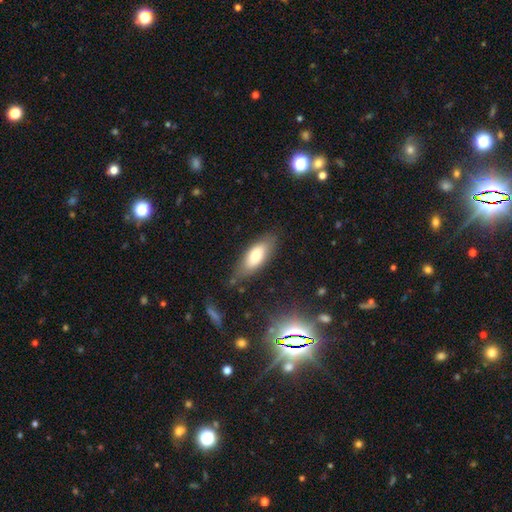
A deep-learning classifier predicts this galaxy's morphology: A smooth galaxy with no disk features (74%) that is in between round and cigar-shaped (79%).

Vote fractions:
- Smooth or featured? smooth: 74% / featured or disk: 19% / star or artifact: 7%
- How rounded? in between: 79% / cigar-shaped: 19% / round: 2%
- Merging? none: 75% / minor disturbance: 18% / major disturbance: 4% / merger: 3%